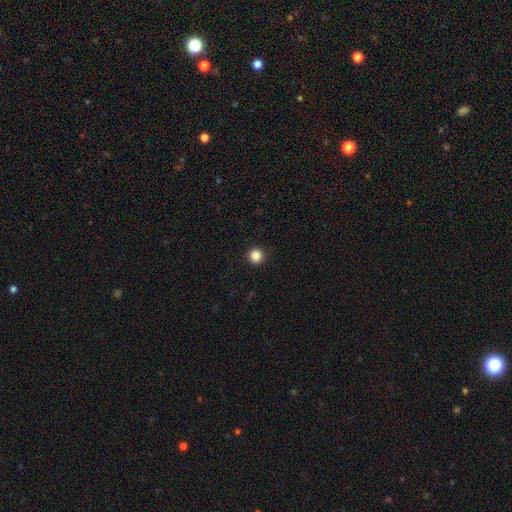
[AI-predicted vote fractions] Q: Smooth or featured?
A: smooth (87%); runner-up: star or artifact (11%)
Q: How rounded?
A: round (94%); runner-up: in between (5%)
Q: Merging?
A: none (93%); runner-up: minor disturbance (5%)